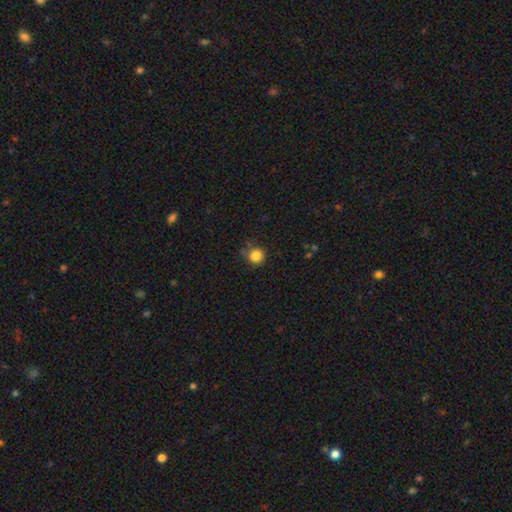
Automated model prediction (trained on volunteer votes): smooth 85%, star or artifact 11%, featured or disk 4%. Down the decision tree: how rounded — round (91%); merging — none (74%).